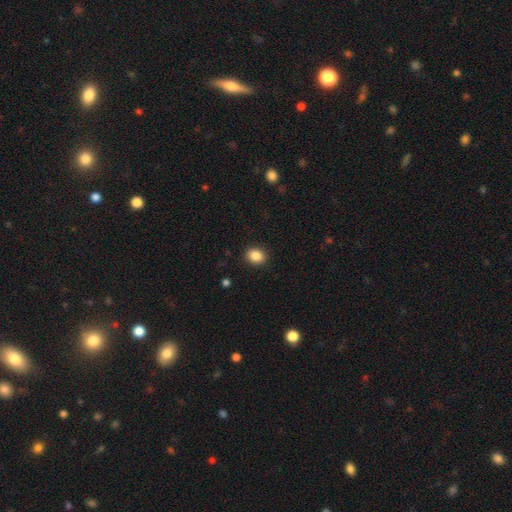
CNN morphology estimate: smooth_or_featured: smooth (p=0.87) [alt: star or artifact p=0.09]
how_rounded: round (p=0.57) [alt: in between p=0.42]
merging: none (p=0.90) [alt: minor disturbance p=0.07]